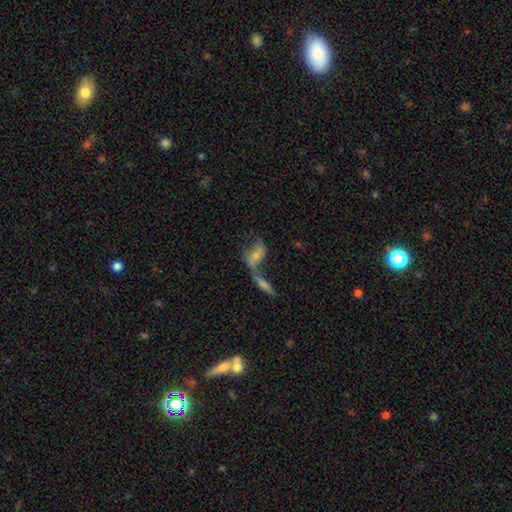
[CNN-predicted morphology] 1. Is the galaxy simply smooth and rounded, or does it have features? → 53% featured or disk, 35% smooth, 12% star or artifact.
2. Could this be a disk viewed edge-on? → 82% no, 18% yes.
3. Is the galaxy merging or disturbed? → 58% merger, 23% none, 10% major disturbance, 9% minor disturbance.